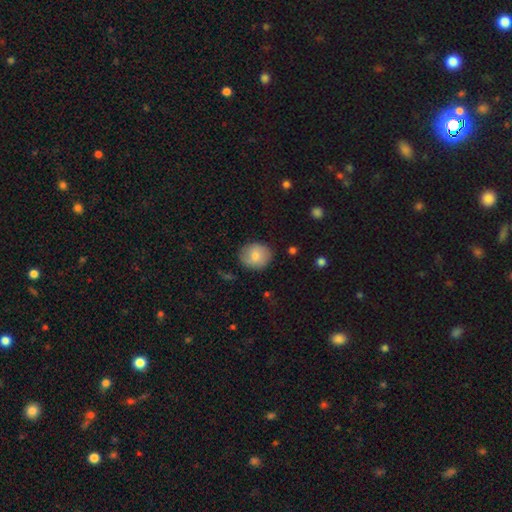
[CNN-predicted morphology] smooth-or-featured: smooth: 75% | featured or disk: 18% | star or artifact: 7%
  how-rounded: round: 76% | in between: 23% | cigar-shaped: 1%
  merging: none: 83% | minor disturbance: 12% | major disturbance: 3% | merger: 1%